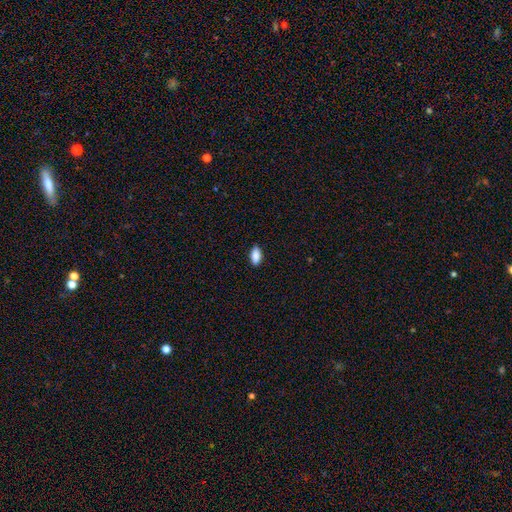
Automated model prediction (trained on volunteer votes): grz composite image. It shows a smooth galaxy with no disk features (88%) that is in between round and cigar-shaped (89%). Merging: none (88%).